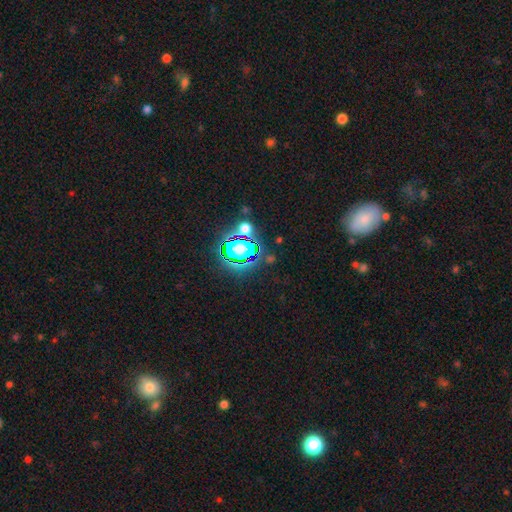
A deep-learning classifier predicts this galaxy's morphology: Smooth or featured?
  - star or artifact: 76% *
  - smooth: 15%
  - featured or disk: 9%